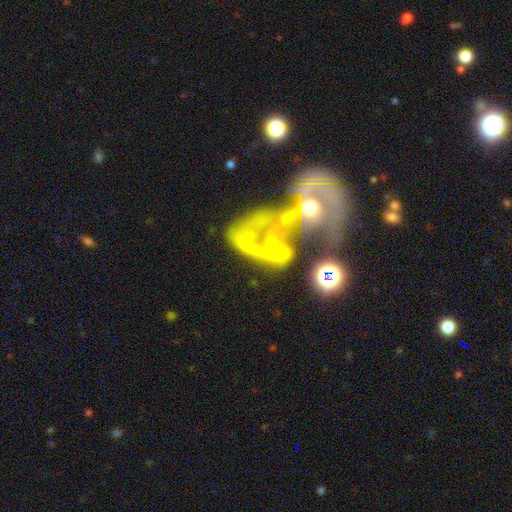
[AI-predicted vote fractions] The model was most divided on "spiral arms": yes: 53%, no: 47%. Remaining: edge-on disk — no (97%); bar — no (73%); smooth or featured — featured or disk (68%); merging — merger (63%); bulge size — moderate (40%).